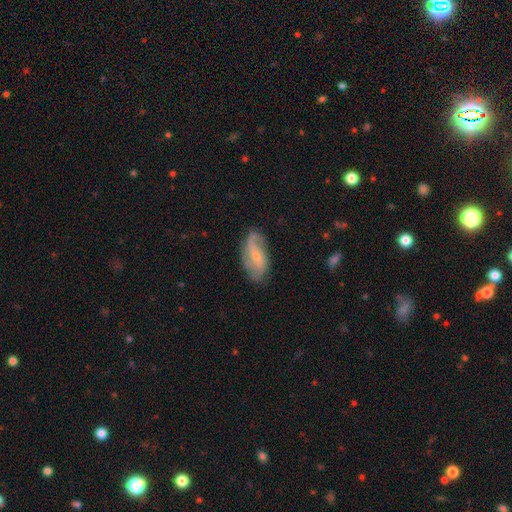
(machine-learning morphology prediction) A featured or disk galaxy (68%) with a weak bar (45%), 2 (76%) loose (52%) spiral arms (91%) and a small central bulge (60%).

Vote fractions:
- Smooth or featured? featured or disk: 68% / smooth: 25% / star or artifact: 7%
- Edge-on disk? no: 93% / yes: 7%
- Bar? weak: 45% / no: 37% / strong: 18%
- Spiral arms? yes: 91% / no: 9%
- Spiral winding? loose: 52% / medium: 33% / tight: 15%
- Spiral arm count? 2: 76% / can't tell: 10% / 1: 8% / 3: 3% / 4: 1% / more than 4: 1%
- Bulge size? small: 60% / moderate: 24% / none: 13% / large: 2% / dominant: 1%
- Merging? none: 70% / minor disturbance: 21% / major disturbance: 8% / merger: 2%